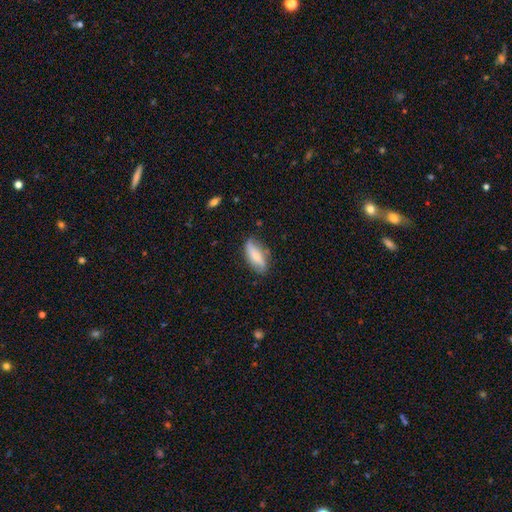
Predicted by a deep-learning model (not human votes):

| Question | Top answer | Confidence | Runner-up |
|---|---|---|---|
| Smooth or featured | smooth | 59% | featured or disk (34%) |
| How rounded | in between | 72% | cigar-shaped (25%) |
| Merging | none | 73% | minor disturbance (21%) |